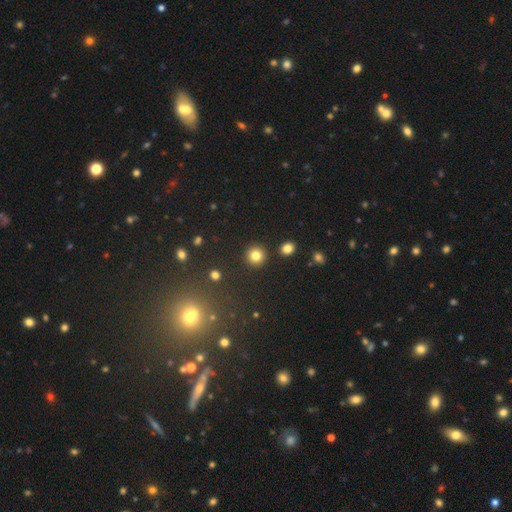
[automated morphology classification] Overall: smooth (82%). How rounded: round (92%). Merging: none (90%).